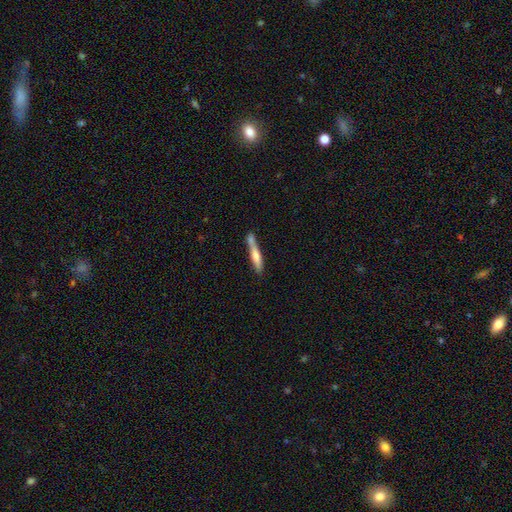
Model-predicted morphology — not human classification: Smooth or featured? Predicted: smooth (p=0.62). How rounded? Predicted: cigar-shaped (p=0.89). Merging? Predicted: none (p=0.51).